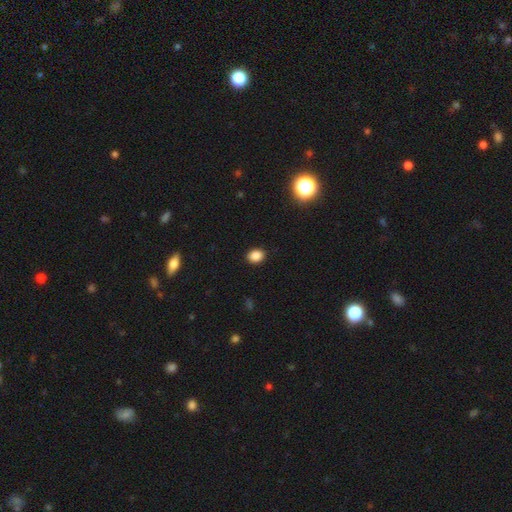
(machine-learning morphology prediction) Q: Smooth or featured?
A: smooth (86%); runner-up: star or artifact (10%)
Q: How rounded?
A: in between (61%); runner-up: round (38%)
Q: Merging?
A: none (90%); runner-up: minor disturbance (7%)